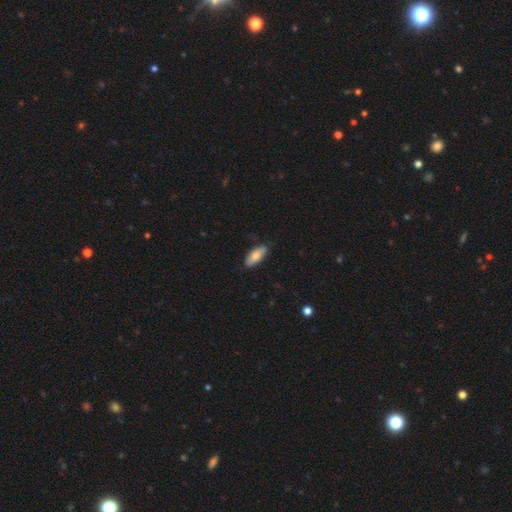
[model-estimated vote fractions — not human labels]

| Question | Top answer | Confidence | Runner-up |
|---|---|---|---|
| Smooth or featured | smooth | 79% | featured or disk (16%) |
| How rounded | in between | 81% | cigar-shaped (17%) |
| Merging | none | 79% | minor disturbance (17%) |